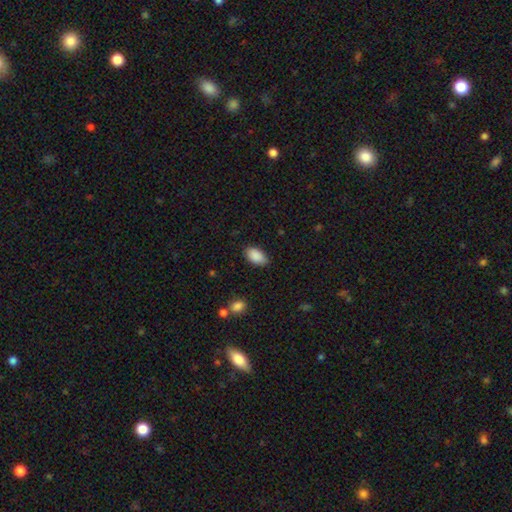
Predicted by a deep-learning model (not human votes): smooth_or_featured: smooth (p=0.89) [alt: star or artifact p=0.07]
how_rounded: in between (p=0.94) [alt: round p=0.03]
merging: none (p=0.81) [alt: minor disturbance p=0.15]